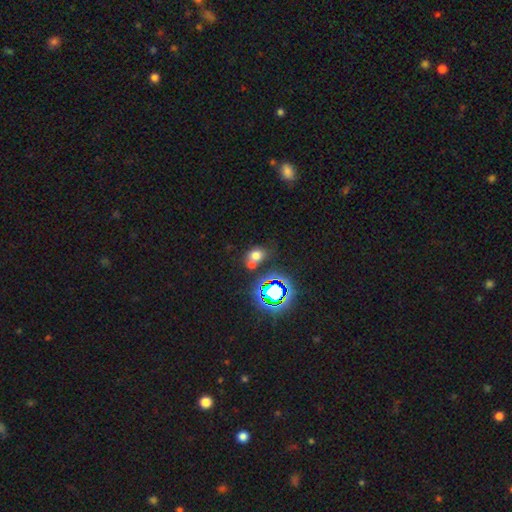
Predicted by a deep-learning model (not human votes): Q: Smooth or featured?
A: smooth (63%); runner-up: star or artifact (26%)
Q: How rounded?
A: round (53%); runner-up: in between (45%)
Q: Merging?
A: none (50%); runner-up: merger (34%)